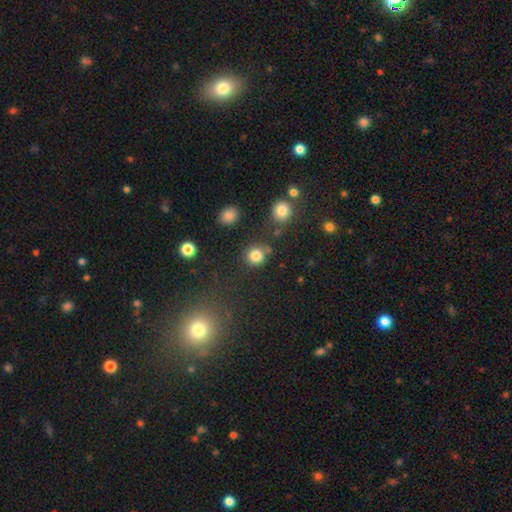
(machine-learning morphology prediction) Smooth or featured: smooth — 83% (star or artifact — 12%)
How rounded: round — 89% (in between — 10%)
Merging: none — 75% (minor disturbance — 12%)